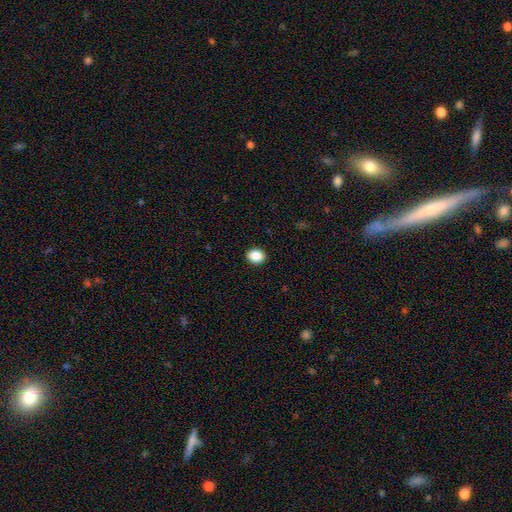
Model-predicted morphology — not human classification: The model was most divided on "how rounded": in between: 60%, round: 39%, cigar-shaped: 1%. More confident: merging — none (91%); smooth or featured — smooth (88%).